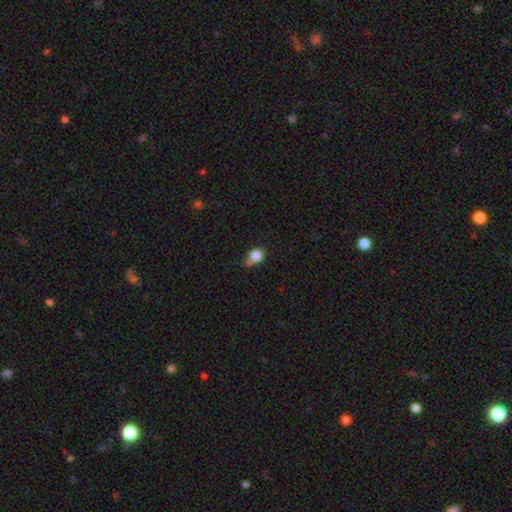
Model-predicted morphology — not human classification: This appears to be a smooth galaxy with no disk features (83%) that is round (73%). Merging: none (40%).